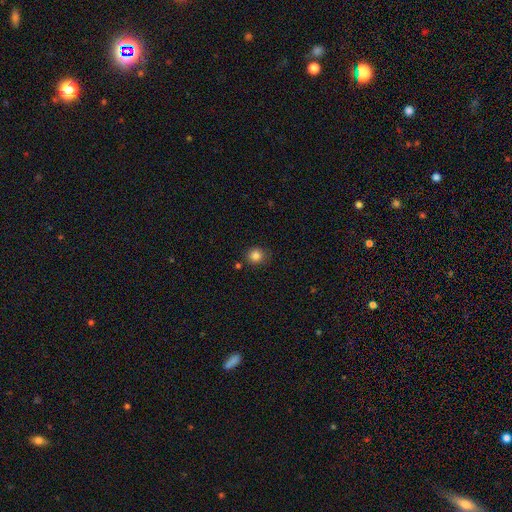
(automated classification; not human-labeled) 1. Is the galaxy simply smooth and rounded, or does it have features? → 84% smooth, 11% star or artifact, 5% featured or disk.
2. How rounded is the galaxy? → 89% round, 10% in between, 1% cigar-shaped.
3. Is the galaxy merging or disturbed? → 83% none, 10% minor disturbance, 4% merger, 3% major disturbance.